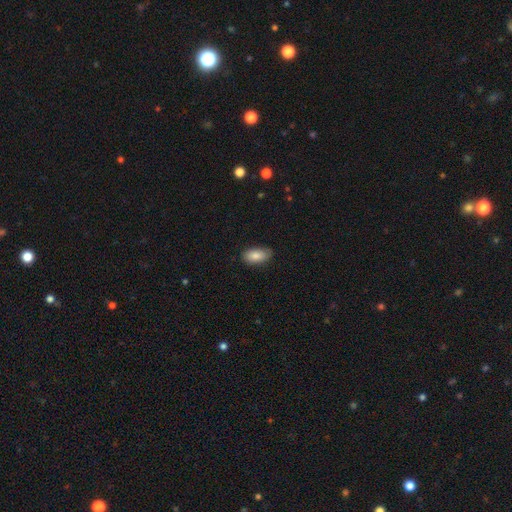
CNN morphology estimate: Q: Smooth or featured?
A: smooth (85%); runner-up: featured or disk (9%)
Q: How rounded?
A: in between (92%); runner-up: cigar-shaped (5%)
Q: Merging?
A: none (81%); runner-up: minor disturbance (16%)